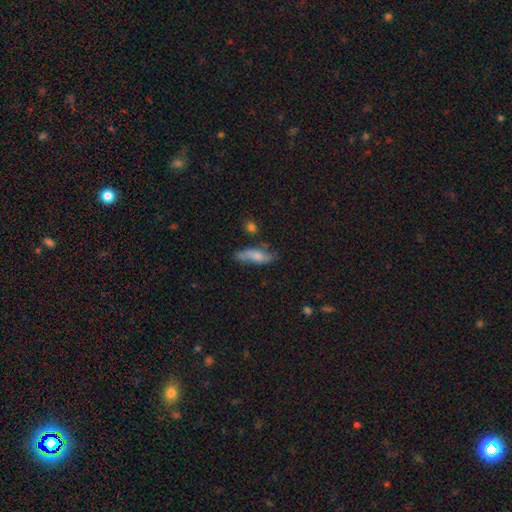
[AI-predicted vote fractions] Q: Smooth or featured?
A: smooth (66%); runner-up: featured or disk (26%)
Q: How rounded?
A: in between (56%); runner-up: cigar-shaped (41%)
Q: Merging?
A: none (58%); runner-up: minor disturbance (26%)